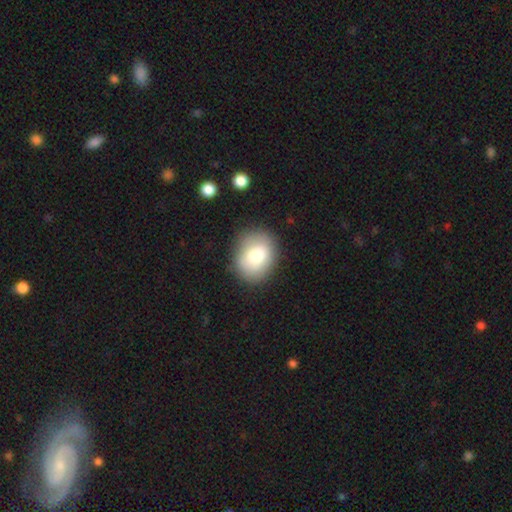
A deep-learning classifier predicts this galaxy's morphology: type=smooth (78%); roundness=in between (50%); merging=none (80%).